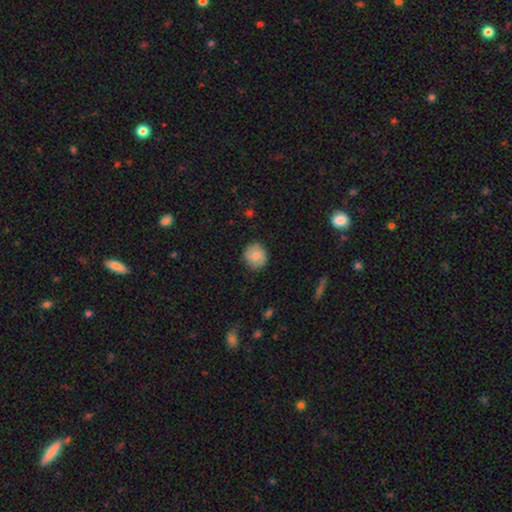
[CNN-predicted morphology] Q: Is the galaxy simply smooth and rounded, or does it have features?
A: smooth — 76%.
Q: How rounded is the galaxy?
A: round — 85%.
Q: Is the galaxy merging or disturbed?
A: none — 83%.